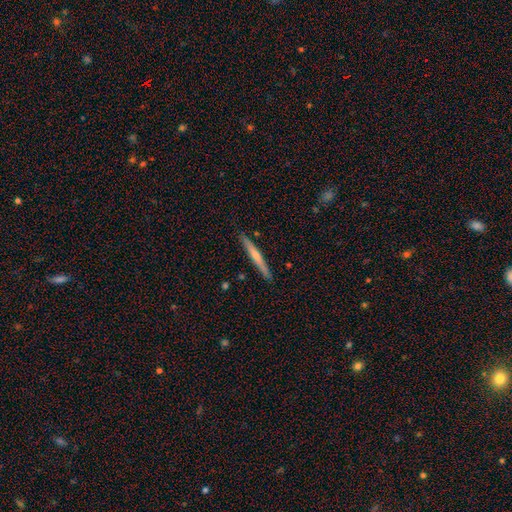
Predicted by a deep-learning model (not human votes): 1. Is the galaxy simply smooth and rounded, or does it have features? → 52% featured or disk, 42% smooth, 6% star or artifact.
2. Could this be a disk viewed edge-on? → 97% yes, 3% no.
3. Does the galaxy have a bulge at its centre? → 59% rounded, 35% none, 6% boxy.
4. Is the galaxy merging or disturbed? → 91% none, 7% minor disturbance, 1% major disturbance, 1% merger.